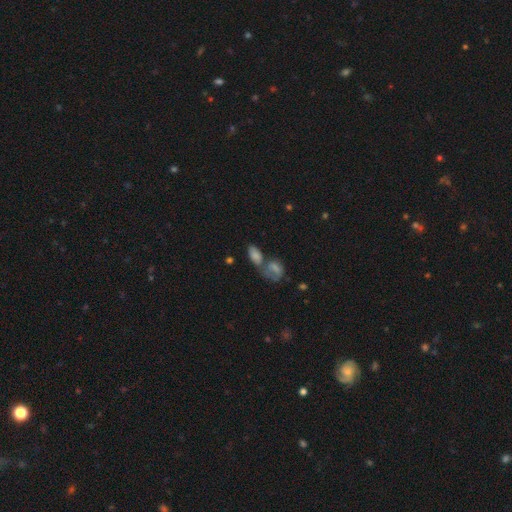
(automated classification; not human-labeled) This appears to be a smooth galaxy with no disk features (65%) that is in between round and cigar-shaped (87%). Merging: merger (56%).